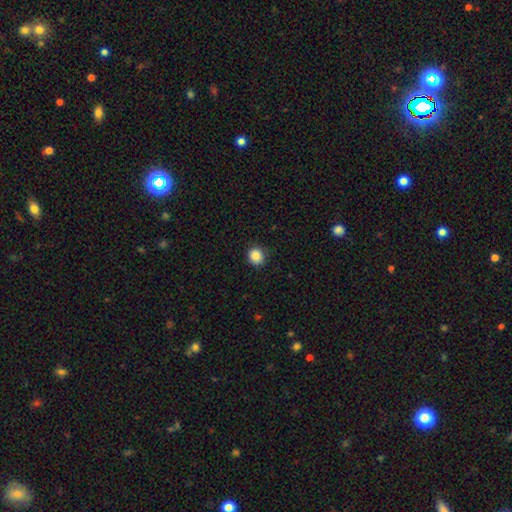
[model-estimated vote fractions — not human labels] Morphology: type=smooth (87%); roundness=round (87%); merging=none (88%).